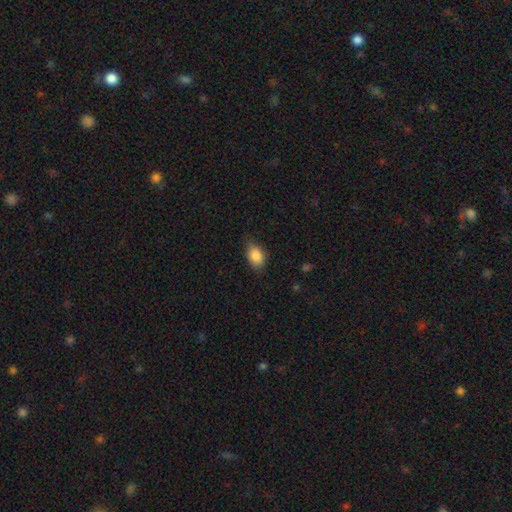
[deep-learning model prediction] Smooth or featured? Predicted: smooth (p=0.86). How rounded? Predicted: in between (p=0.84). Merging? Predicted: none (p=0.73).